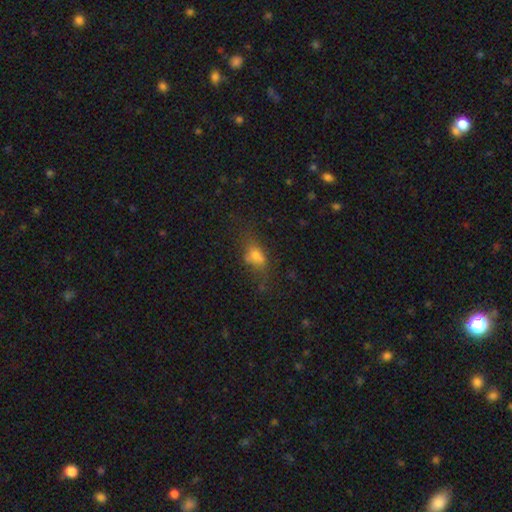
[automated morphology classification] Q: Smooth or featured?
A: smooth (63%); runner-up: featured or disk (21%)
Q: How rounded?
A: in between (73%); runner-up: round (18%)
Q: Merging?
A: none (46%); runner-up: minor disturbance (23%)